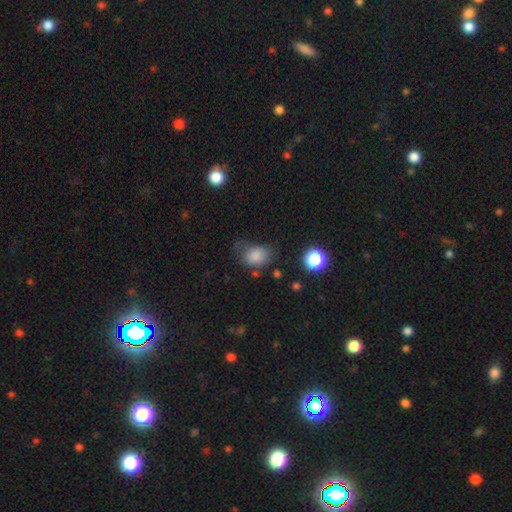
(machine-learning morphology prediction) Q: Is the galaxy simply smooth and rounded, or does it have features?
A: smooth — 80%.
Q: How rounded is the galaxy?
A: in between — 67%.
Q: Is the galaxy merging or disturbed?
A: none — 44%.